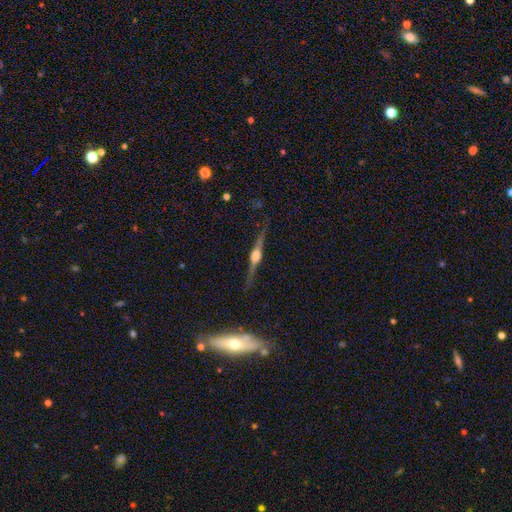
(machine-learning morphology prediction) This appears to be a featured or disk galaxy (84%) viewed edge-on (98%) with a rounded central bulge (90%). Merging: none (88%).